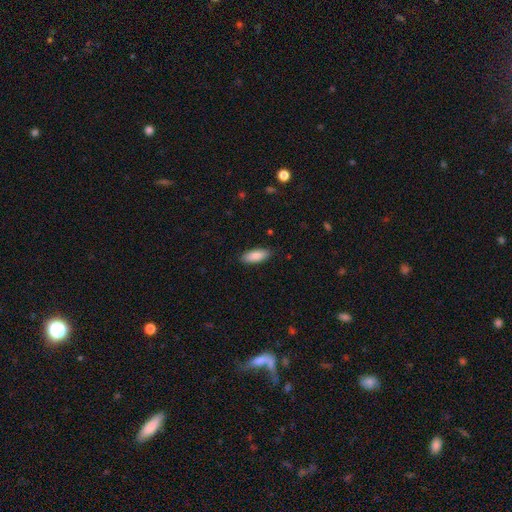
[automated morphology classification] This is clearly a smooth galaxy (88%). How rounded: likely in between (79%). Merging: clearly none (87%).